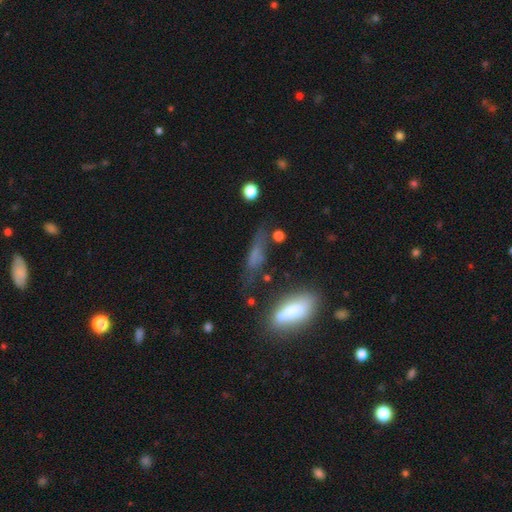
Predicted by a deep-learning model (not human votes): Smooth or featured? smooth (54%)
How rounded? cigar-shaped (61%)
Merging? none (58%)